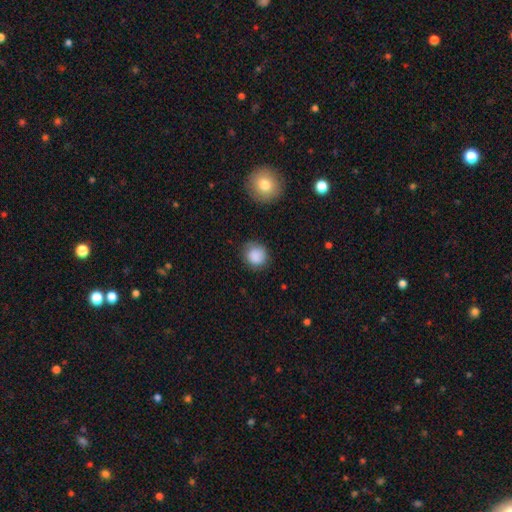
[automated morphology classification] Smooth or featured?
  - smooth: 86% *
  - star or artifact: 8%
  - featured or disk: 5%
How rounded?
  - round: 83% *
  - in between: 16%
  - cigar-shaped: 1%
Merging?
  - none: 77% *
  - minor disturbance: 17%
  - major disturbance: 4%
  - merger: 2%